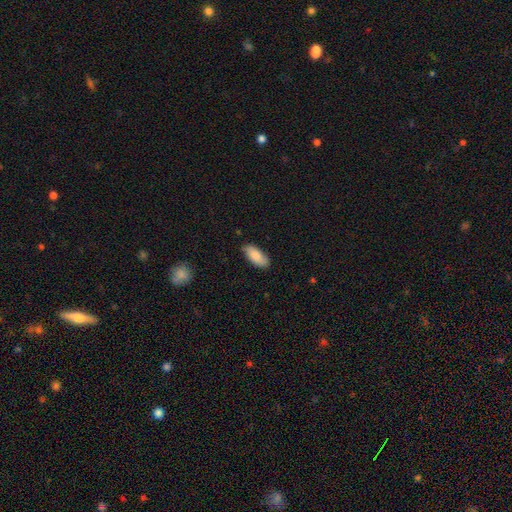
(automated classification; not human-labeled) A smooth galaxy with no disk features (85%) that is in between round and cigar-shaped (88%).

Vote fractions:
- Smooth or featured? smooth: 85% / featured or disk: 9% / star or artifact: 6%
- How rounded? in between: 88% / cigar-shaped: 10% / round: 2%
- Merging? none: 81% / minor disturbance: 15% / major disturbance: 2% / merger: 1%